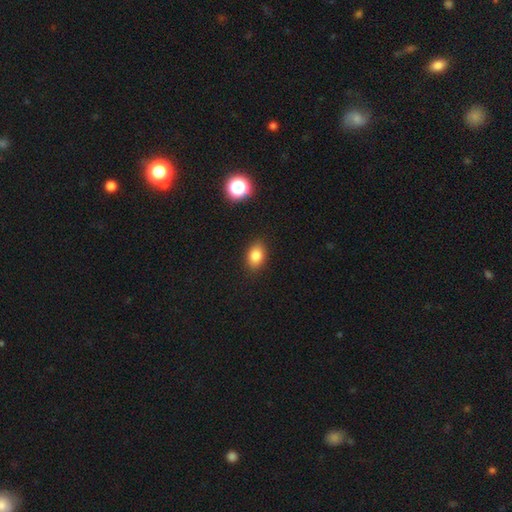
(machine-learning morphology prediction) smooth 84%, star or artifact 10%, featured or disk 6%. Down the decision tree: how rounded — in between (81%); merging — none (87%).